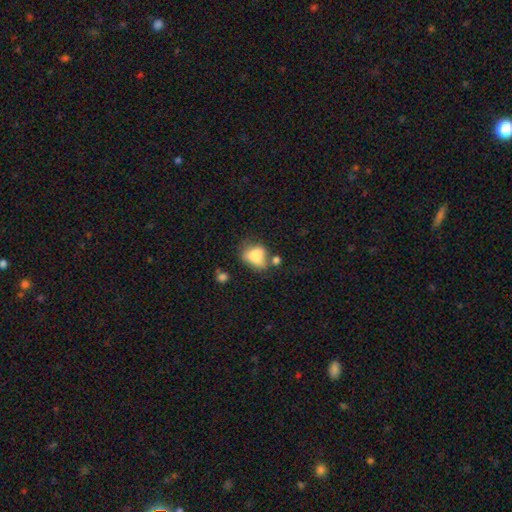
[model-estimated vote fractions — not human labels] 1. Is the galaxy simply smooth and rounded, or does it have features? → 75% smooth, 15% featured or disk, 10% star or artifact.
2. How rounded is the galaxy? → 66% in between, 33% round, 1% cigar-shaped.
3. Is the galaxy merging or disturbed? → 34% none, 27% minor disturbance, 22% merger, 17% major disturbance.